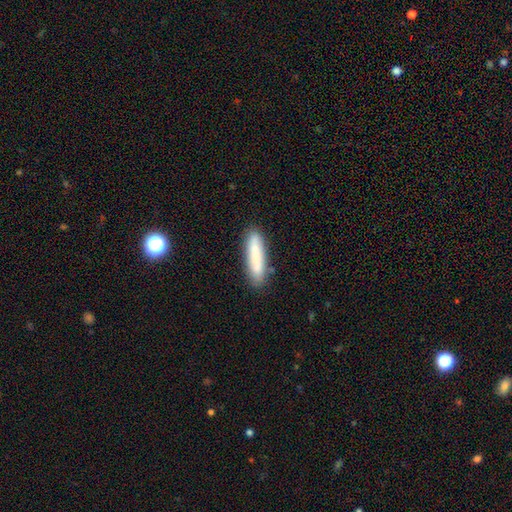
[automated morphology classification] Smooth or featured? smooth (79%)
How rounded? cigar-shaped (80%)
Merging? none (85%)